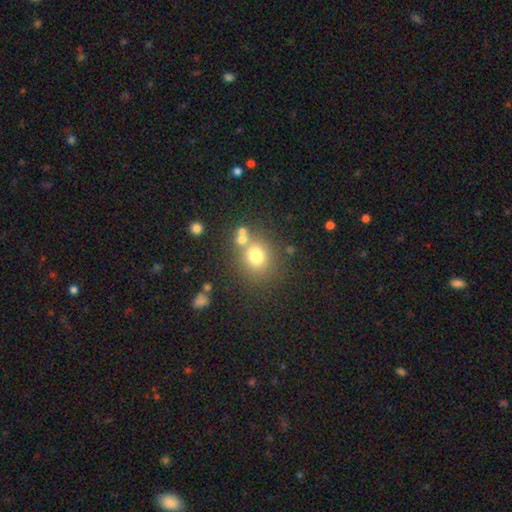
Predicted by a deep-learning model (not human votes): Smooth or featured? smooth (72%)
How rounded? round (76%)
Merging? none (63%)